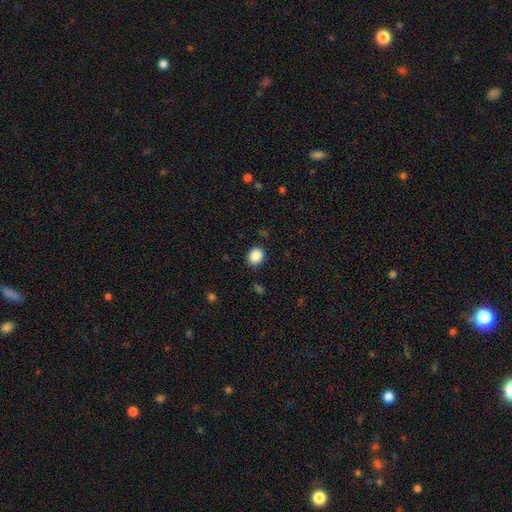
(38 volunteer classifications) A smooth galaxy with no disk features (95%) that is round (81%). Merging: none (94%).